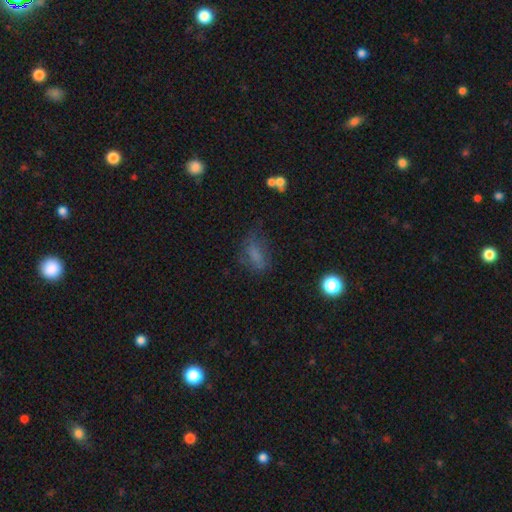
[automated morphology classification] smooth_or_featured: smooth (p=0.68) [alt: featured or disk p=0.17]
how_rounded: in between (p=0.77) [alt: cigar-shaped p=0.11]
merging: none (p=0.56) [alt: minor disturbance p=0.25]